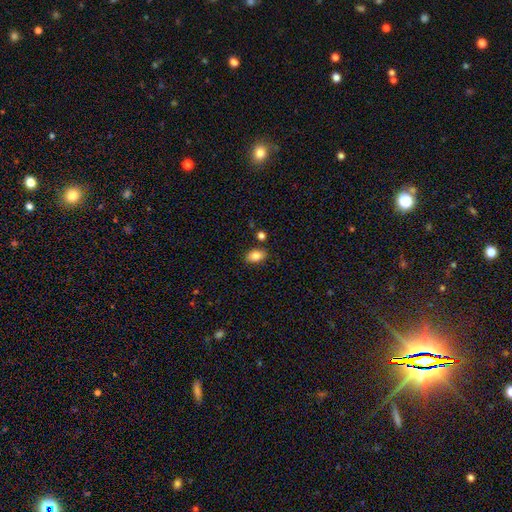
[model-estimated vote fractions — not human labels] smooth-or-featured: smooth: 84% | star or artifact: 8% | featured or disk: 8%
  how-rounded: in between: 87% | round: 12% | cigar-shaped: 2%
  merging: none: 83% | minor disturbance: 10% | merger: 4% | major disturbance: 2%